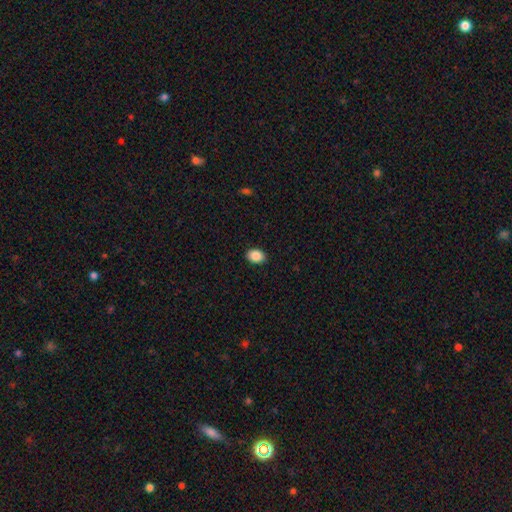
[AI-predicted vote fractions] Morphology: type=smooth (89%); roundness=in between (69%); merging=none (90%).